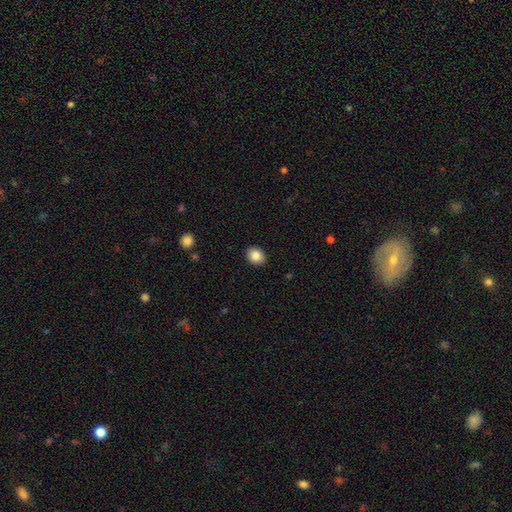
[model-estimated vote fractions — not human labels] smooth-or-featured: smooth: 86% | star or artifact: 8% | featured or disk: 5%
  how-rounded: in between: 54% | round: 45% | cigar-shaped: 1%
  merging: none: 90% | minor disturbance: 7% | major disturbance: 2% | merger: 1%